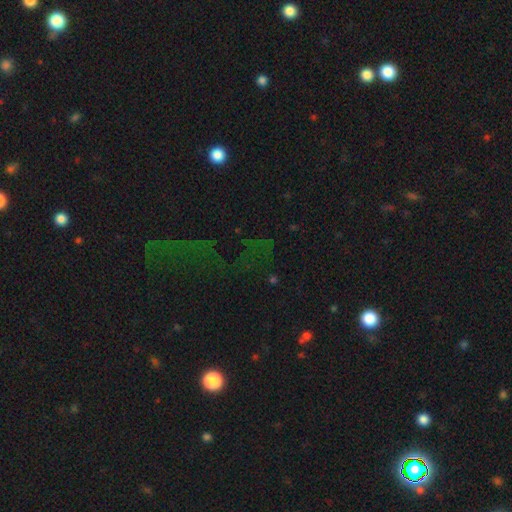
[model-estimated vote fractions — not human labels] A star or artifact, not a galaxy (65%).

Vote fractions:
- Smooth or featured? star or artifact: 65% / smooth: 22% / featured or disk: 13%